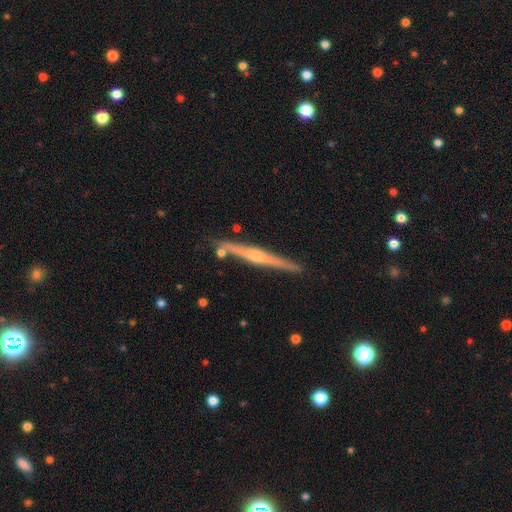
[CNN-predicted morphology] Smooth or featured?
  - featured or disk: 79% *
  - smooth: 16%
  - star or artifact: 6%
Edge-on disk?
  - yes: 98% *
  - no: 2%
Edge-on bulge?
  - rounded: 79% *
  - none: 14%
  - boxy: 7%
Merging?
  - none: 87% *
  - minor disturbance: 8%
  - merger: 3%
  - major disturbance: 2%